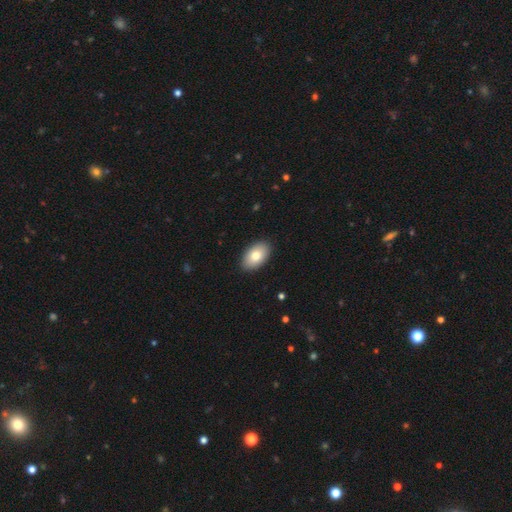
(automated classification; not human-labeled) Morphology: type=smooth (79%); roundness=in between (94%); merging=none (90%).